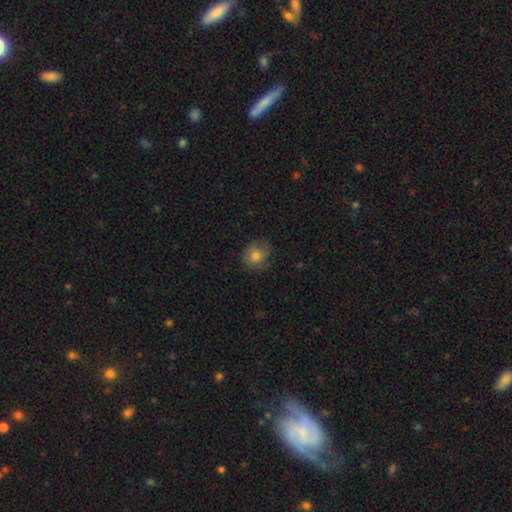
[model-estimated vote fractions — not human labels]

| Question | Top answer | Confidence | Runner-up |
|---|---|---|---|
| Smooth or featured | smooth | 71% | featured or disk (19%) |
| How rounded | round | 73% | in between (26%) |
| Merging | none | 64% | minor disturbance (24%) |